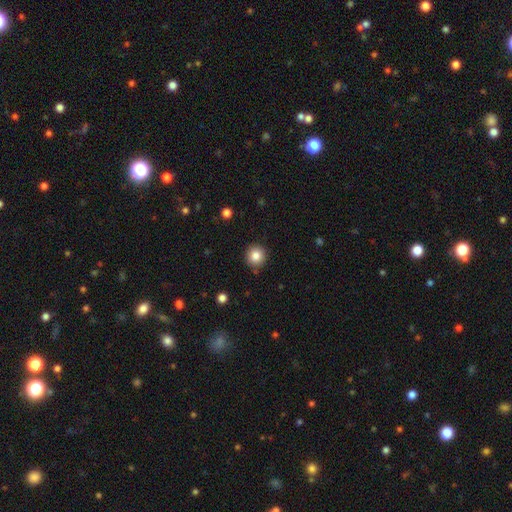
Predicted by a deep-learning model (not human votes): smooth_or_featured: smooth (p=0.84) [alt: star or artifact p=0.10]
how_rounded: round (p=0.94) [alt: in between p=0.06]
merging: none (p=0.90) [alt: minor disturbance p=0.07]